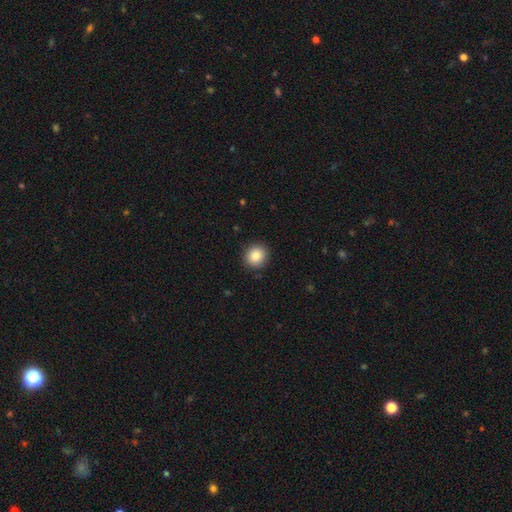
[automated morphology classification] Smooth or featured?
  - smooth: 87% *
  - star or artifact: 9%
  - featured or disk: 5%
How rounded?
  - round: 88% *
  - in between: 11%
  - cigar-shaped: 1%
Merging?
  - none: 91% *
  - minor disturbance: 6%
  - major disturbance: 2%
  - merger: 1%